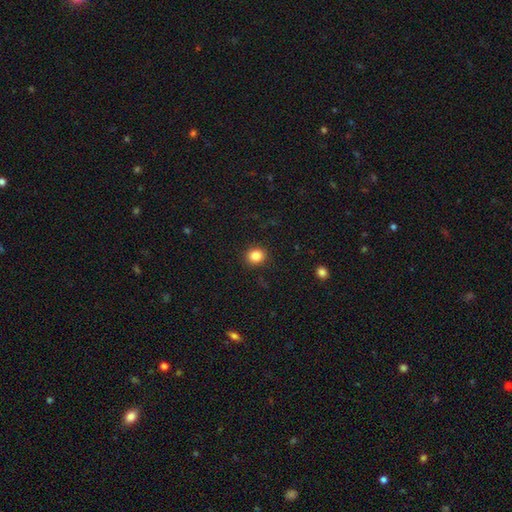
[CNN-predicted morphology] This appears to be a smooth galaxy with no disk features (85%) that is round (79%). Merging: none (90%).